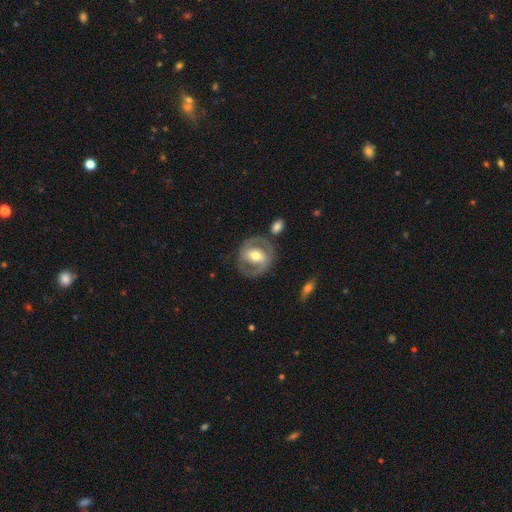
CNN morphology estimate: A featured or disk galaxy (69%) with a weak bar (36%), spiral arms (62%) and a moderate central bulge (73%).

Vote fractions:
- Smooth or featured? featured or disk: 69% / smooth: 26% / star or artifact: 5%
- Edge-on disk? no: 95% / yes: 5%
- Bar? weak: 36% / strong: 34% / no: 30%
- Spiral arms? yes: 62% / no: 38%
- Bulge size? moderate: 73% / small: 14% / large: 11% / dominant: 1% / none: 1%
- Merging? none: 76% / minor disturbance: 13% / major disturbance: 7% / merger: 4%